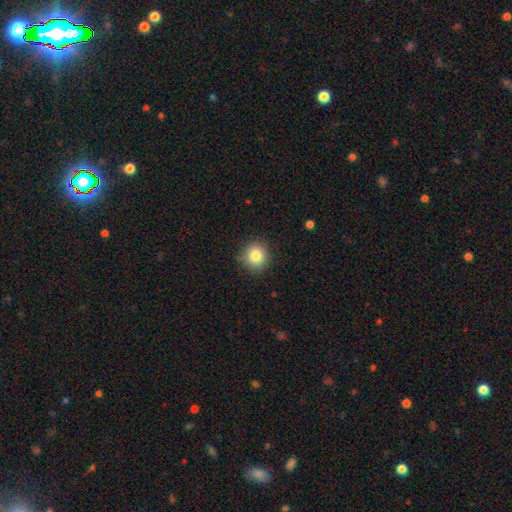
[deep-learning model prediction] Smooth or featured?
  - smooth: 83% *
  - star or artifact: 10%
  - featured or disk: 6%
How rounded?
  - round: 89% *
  - in between: 10%
  - cigar-shaped: 1%
Merging?
  - none: 87% *
  - minor disturbance: 9%
  - major disturbance: 2%
  - merger: 1%